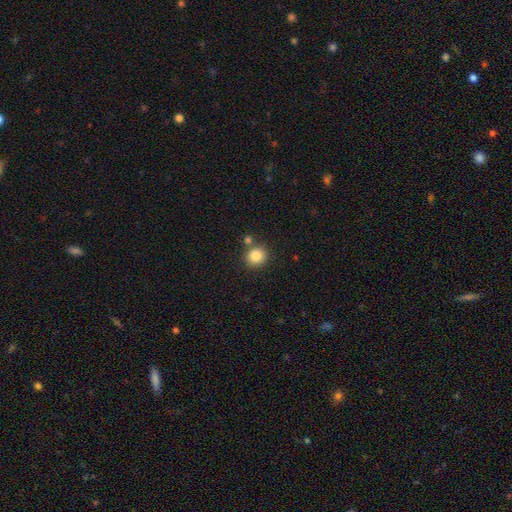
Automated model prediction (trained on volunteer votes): Q: Smooth or featured?
A: smooth (84%); runner-up: star or artifact (10%)
Q: How rounded?
A: round (89%); runner-up: in between (11%)
Q: Merging?
A: none (77%); runner-up: merger (12%)